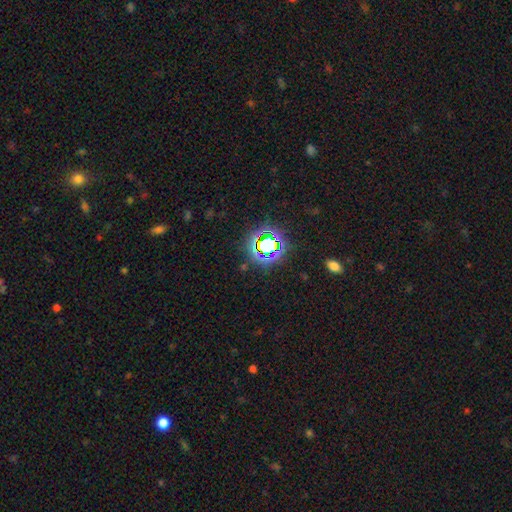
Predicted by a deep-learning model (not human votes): Smooth or featured?
  - star or artifact: 77% *
  - smooth: 15%
  - featured or disk: 8%